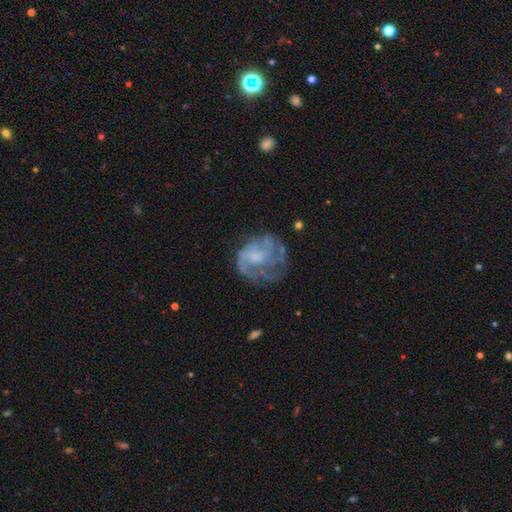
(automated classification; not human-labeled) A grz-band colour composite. It shows a featured or disk galaxy (70%) with no bar (65%), medium (39%) spiral arms (74%) and no central bulge (38%). Merging: none (53%).